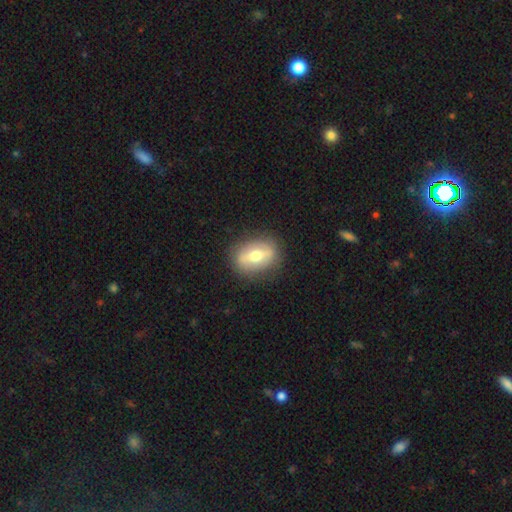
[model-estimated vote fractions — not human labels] Overall: featured or disk (50%; smooth 43%). Merging: none (84%).